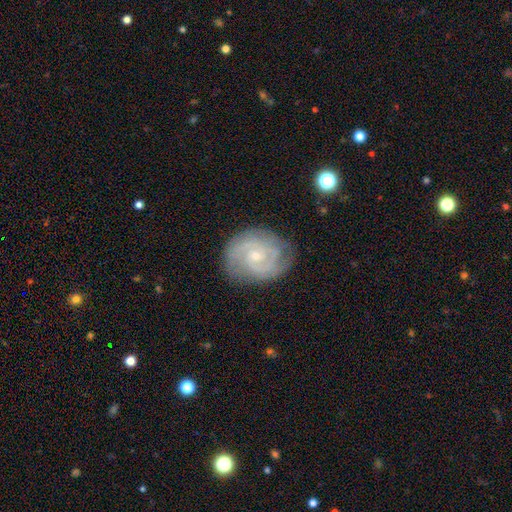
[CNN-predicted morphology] A featured or disk galaxy (84%) with no bar (62%), 2 (49%) tight (61%) spiral arms (96%) and a small central bulge (71%). Merging: none (79%).